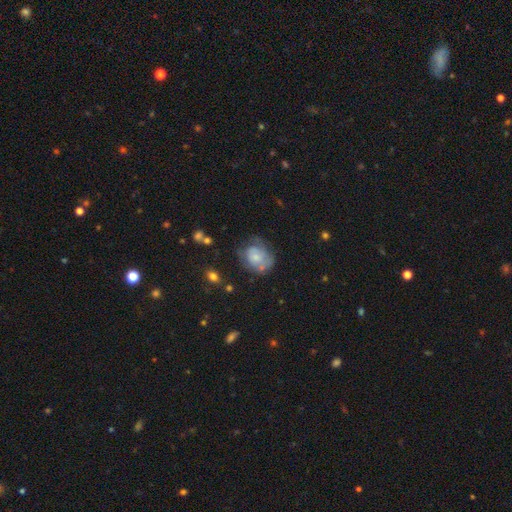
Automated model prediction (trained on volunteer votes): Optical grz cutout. It shows a smooth galaxy with no disk features (52%) that is round (54%). Merging: none (43%).